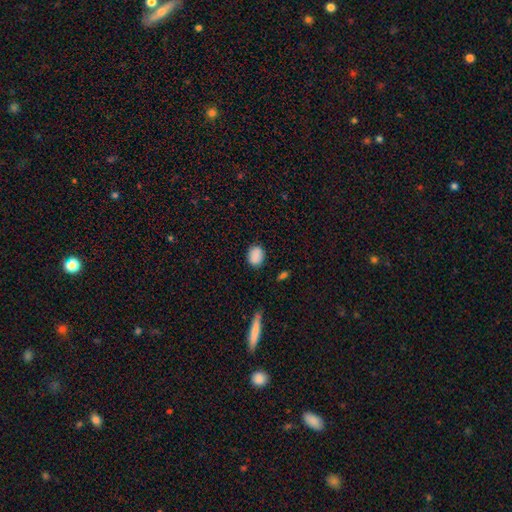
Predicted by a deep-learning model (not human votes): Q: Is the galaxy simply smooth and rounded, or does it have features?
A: smooth — 87%.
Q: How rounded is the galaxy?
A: in between — 62%.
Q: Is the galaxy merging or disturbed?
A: none — 80%.